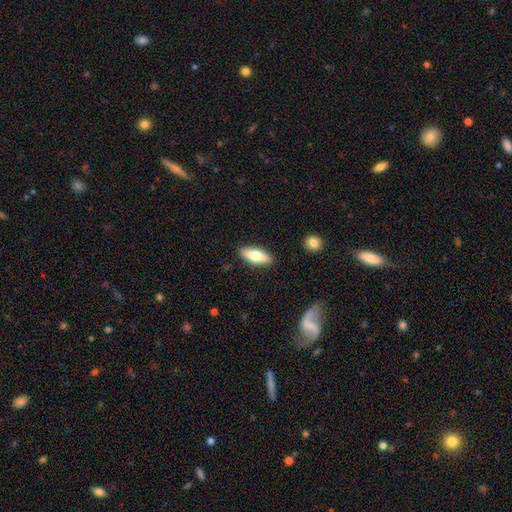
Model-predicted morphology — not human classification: Q: Smooth or featured?
A: smooth (65%); runner-up: featured or disk (29%)
Q: How rounded?
A: in between (63%); runner-up: cigar-shaped (34%)
Q: Merging?
A: none (88%); runner-up: minor disturbance (8%)